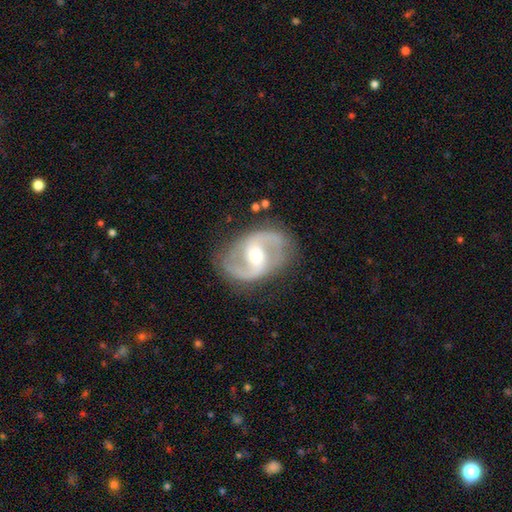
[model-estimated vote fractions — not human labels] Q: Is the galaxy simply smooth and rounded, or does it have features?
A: featured or disk — 90%.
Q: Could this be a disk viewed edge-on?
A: no — 98%.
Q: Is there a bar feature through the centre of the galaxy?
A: weak — 46%.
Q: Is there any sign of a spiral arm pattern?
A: yes — 96%.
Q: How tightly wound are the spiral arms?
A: medium — 55%.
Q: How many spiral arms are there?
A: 2 — 93%.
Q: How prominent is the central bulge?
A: moderate — 55%.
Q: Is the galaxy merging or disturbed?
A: none — 83%.